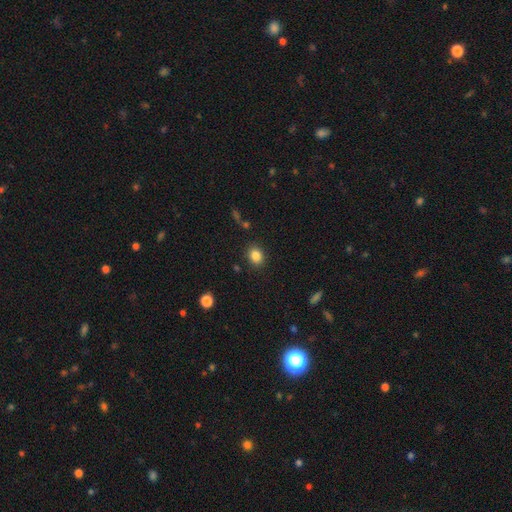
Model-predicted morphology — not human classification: This appears to be a smooth galaxy with no disk features (84%) that is round (51%). Merging: none (87%).